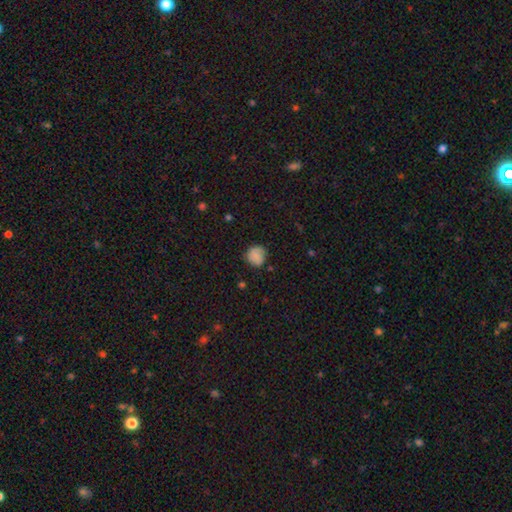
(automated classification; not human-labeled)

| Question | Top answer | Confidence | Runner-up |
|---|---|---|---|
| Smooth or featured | smooth | 73% | featured or disk (17%) |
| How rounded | round | 82% | in between (17%) |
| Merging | none | 69% | minor disturbance (22%) |